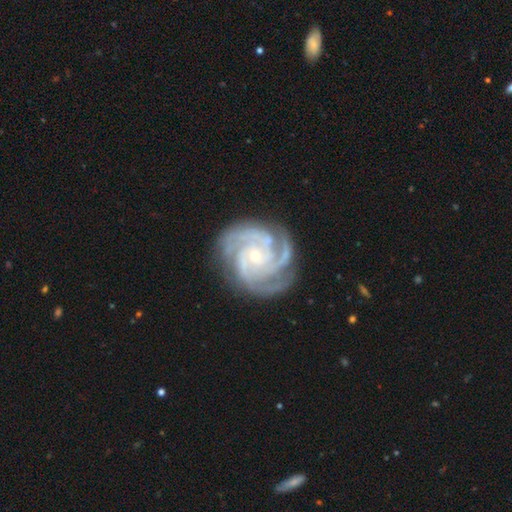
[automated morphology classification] This appears to be a featured or disk galaxy (92%) with no bar (72%), 3 (41%) tight (68%) spiral arms (99%) and a small central bulge (79%). Merging: none (79%).